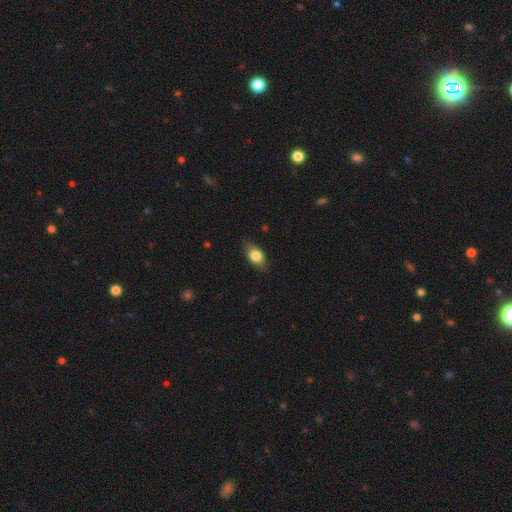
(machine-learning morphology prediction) type=smooth (77%); roundness=in between (82%); merging=none (80%).